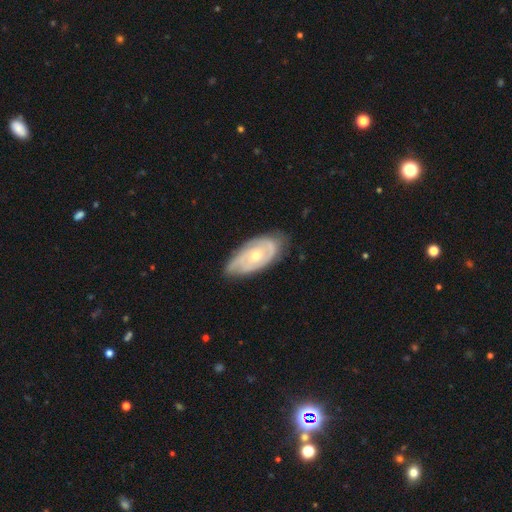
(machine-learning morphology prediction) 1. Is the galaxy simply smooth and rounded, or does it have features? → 76% featured or disk, 19% smooth, 5% star or artifact.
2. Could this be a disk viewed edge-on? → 93% no, 7% yes.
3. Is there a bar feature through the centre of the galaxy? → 76% no, 20% weak, 4% strong.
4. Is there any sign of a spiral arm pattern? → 88% yes, 12% no.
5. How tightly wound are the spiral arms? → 64% tight, 29% medium, 8% loose.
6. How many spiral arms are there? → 39% 2, 37% can't tell, 13% 3, 5% 1, 4% 4, 3% more than 4.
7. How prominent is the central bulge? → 49% moderate, 47% small, 2% large, 1% none, 1% dominant.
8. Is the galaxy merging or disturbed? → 68% none, 25% minor disturbance, 6% major disturbance, 1% merger.